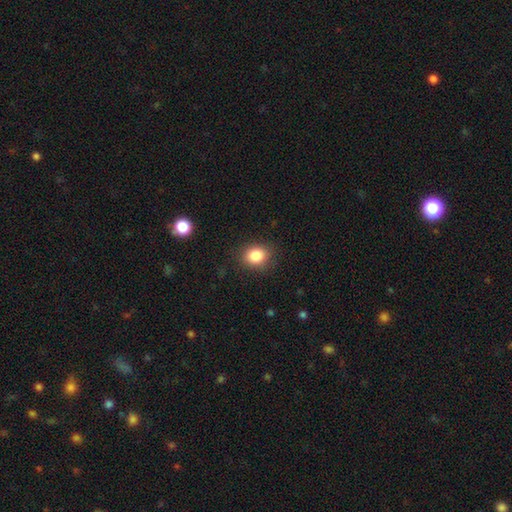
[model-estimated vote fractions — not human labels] Morphology: type=smooth (85%); roundness=round (56%); merging=none (85%).